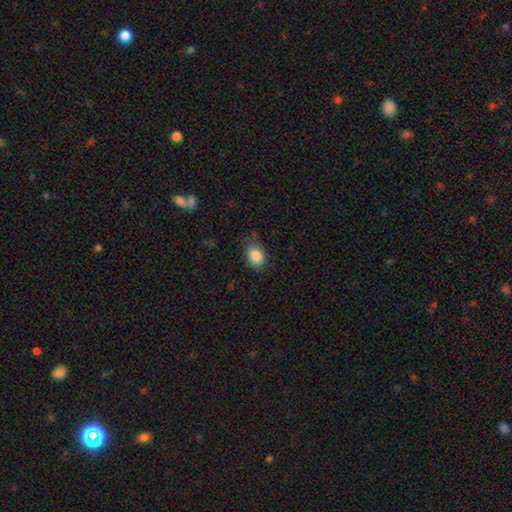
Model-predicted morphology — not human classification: The model was most divided on "how rounded": in between: 71%, round: 28%, cigar-shaped: 1%. More confident: smooth or featured — smooth (87%); merging — none (73%).